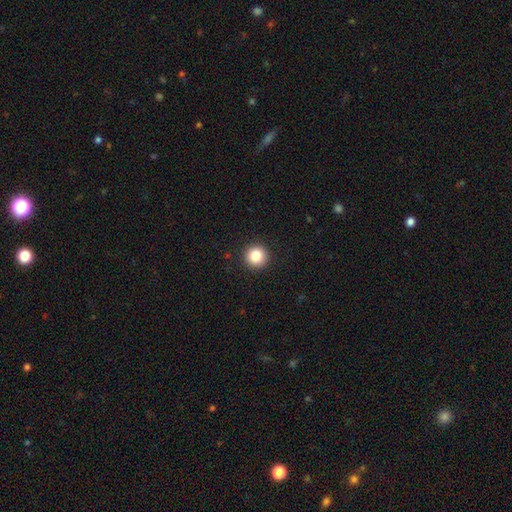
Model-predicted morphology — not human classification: A smooth galaxy with no disk features (85%) that is round (96%).

Vote fractions:
- Smooth or featured? smooth: 85% / star or artifact: 10% / featured or disk: 5%
- How rounded? round: 96% / in between: 3% / cigar-shaped: 1%
- Merging? none: 93% / minor disturbance: 5% / major disturbance: 2% / merger: 1%